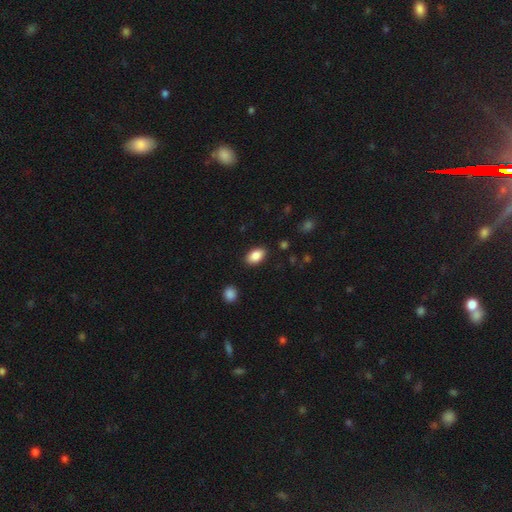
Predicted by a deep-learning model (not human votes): This is clearly a smooth galaxy (87%). How rounded: clearly in between (92%). Merging: clearly none (87%).